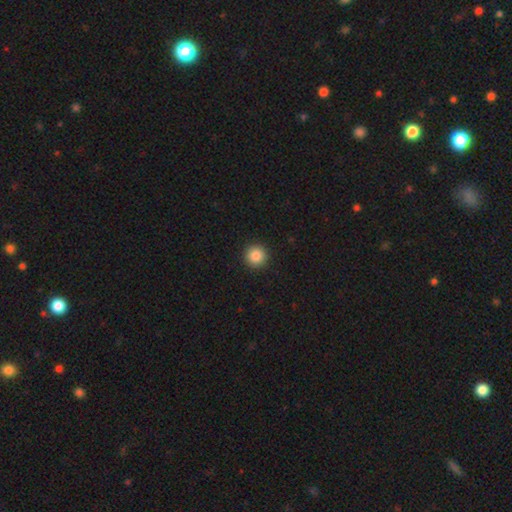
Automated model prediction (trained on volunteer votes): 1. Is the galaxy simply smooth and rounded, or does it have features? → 86% smooth, 10% star or artifact, 4% featured or disk.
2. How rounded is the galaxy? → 96% round, 3% in between, 1% cigar-shaped.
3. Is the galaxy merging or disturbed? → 93% none, 4% minor disturbance, 2% major disturbance, 1% merger.